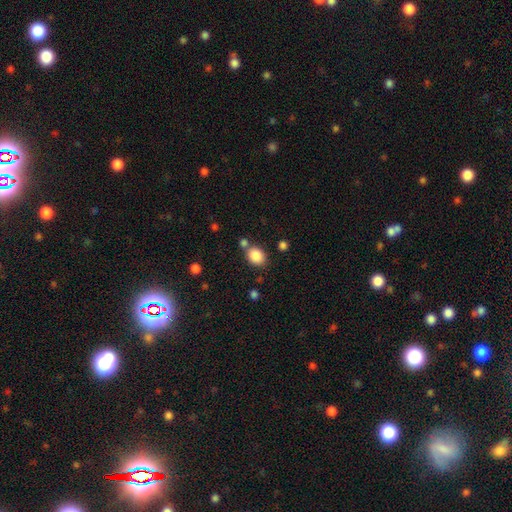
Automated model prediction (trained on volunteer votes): This appears to be a smooth galaxy with no disk features (86%) that is in between round and cigar-shaped (54%). Merging: none (68%).